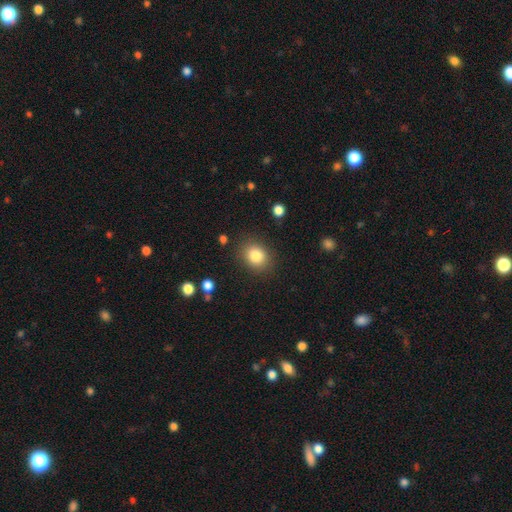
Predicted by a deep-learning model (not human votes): Smooth or featured: smooth — 84% (star or artifact — 10%)
How rounded: round — 63% (in between — 36%)
Merging: none — 85% (minor disturbance — 10%)